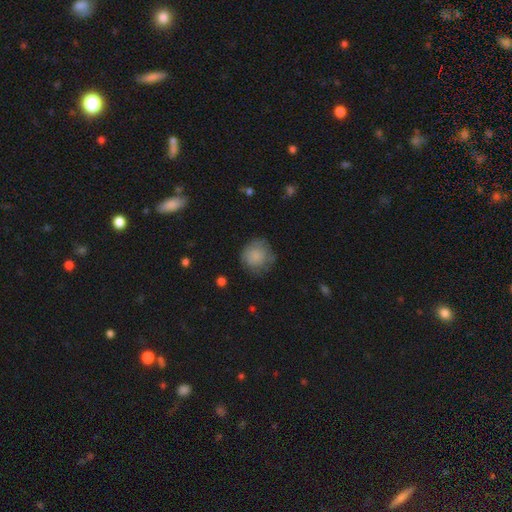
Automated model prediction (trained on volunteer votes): Smooth or featured? smooth (78%)
How rounded? round (87%)
Merging? none (67%)